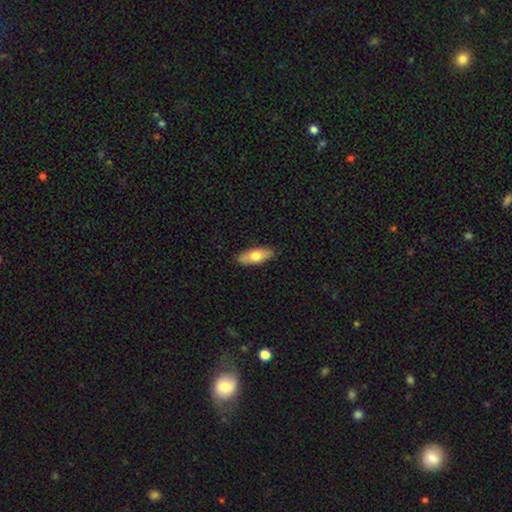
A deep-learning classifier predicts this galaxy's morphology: smooth_or_featured: smooth (p=0.69) [alt: featured or disk p=0.26]
how_rounded: in between (p=0.71) [alt: cigar-shaped p=0.27]
merging: none (p=0.88) [alt: minor disturbance p=0.09]